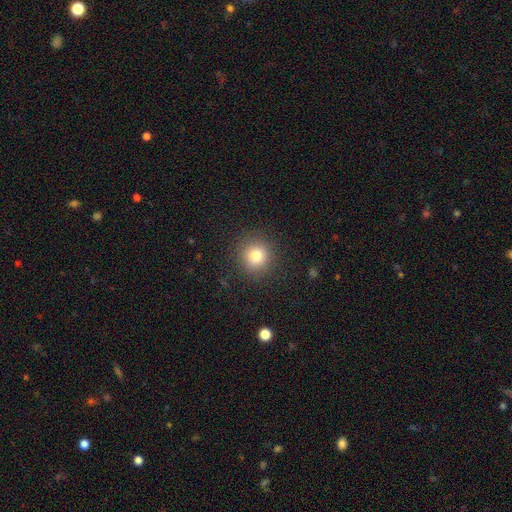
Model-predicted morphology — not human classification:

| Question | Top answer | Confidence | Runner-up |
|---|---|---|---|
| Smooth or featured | smooth | 80% | star or artifact (13%) |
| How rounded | round | 91% | in between (8%) |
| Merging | none | 89% | minor disturbance (7%) |